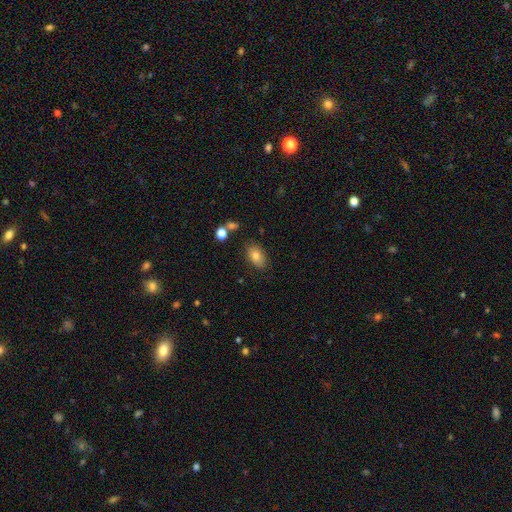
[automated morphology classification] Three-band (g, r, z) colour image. It shows a smooth galaxy with no disk features (79%) that is in between round and cigar-shaped (88%). Merging: none (81%).